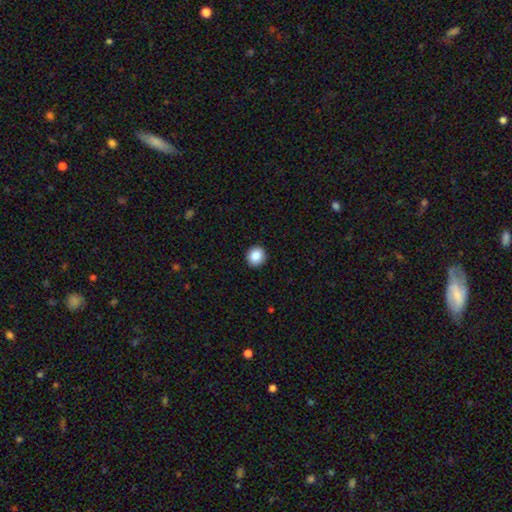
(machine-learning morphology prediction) type=smooth (87%); roundness=round (86%); merging=none (92%).